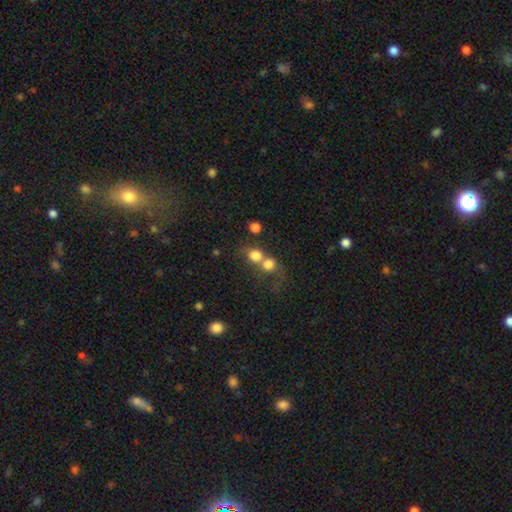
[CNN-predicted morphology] A smooth galaxy with no disk features (78%) that is round (80%).

Vote fractions:
- Smooth or featured? smooth: 78% / star or artifact: 12% / featured or disk: 10%
- How rounded? round: 80% / in between: 19% / cigar-shaped: 1%
- Merging? merger: 55% / none: 33% / minor disturbance: 6% / major disturbance: 5%